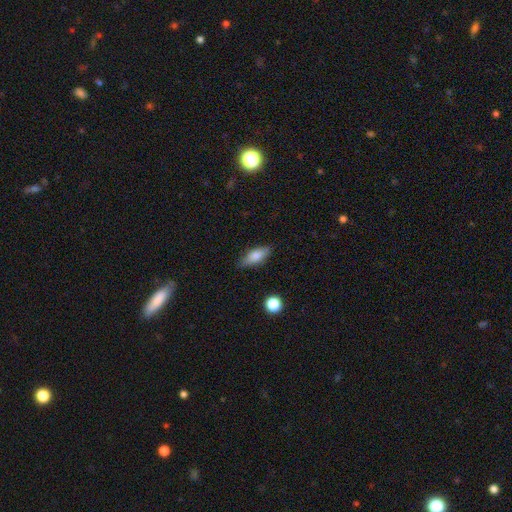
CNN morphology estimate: Smooth or featured? Predicted: smooth (p=0.75). How rounded? Predicted: in between (p=0.70). Merging? Predicted: none (p=0.81).